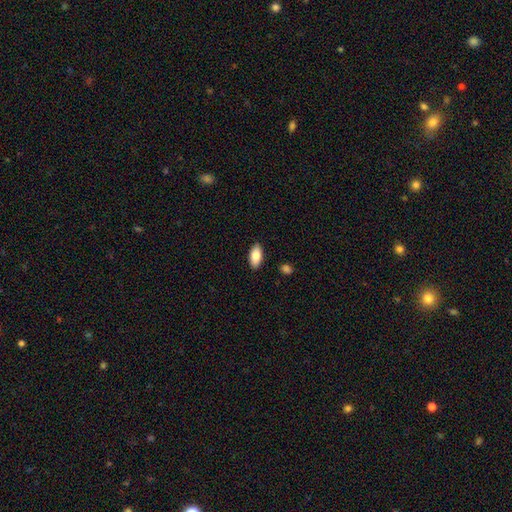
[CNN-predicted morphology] The model was most divided on "smooth or featured": smooth: 84%, featured or disk: 10%, star or artifact: 6%. More confident: how rounded — in between (90%); merging — none (89%).